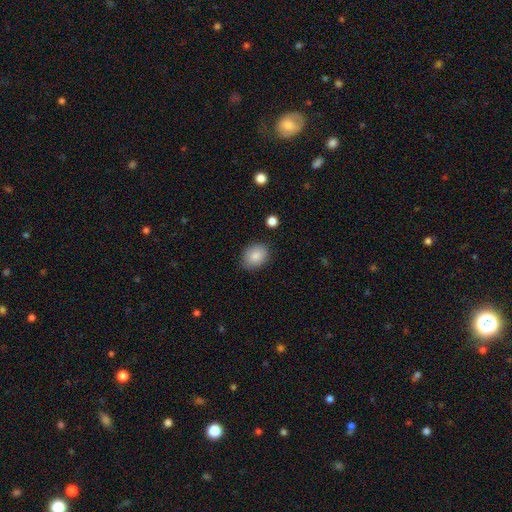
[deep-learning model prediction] A smooth galaxy with no disk features (86%) that is in between round and cigar-shaped (63%).

Vote fractions:
- Smooth or featured? smooth: 86% / star or artifact: 8% / featured or disk: 7%
- How rounded? in between: 63% / round: 36% / cigar-shaped: 1%
- Merging? none: 82% / minor disturbance: 14% / major disturbance: 3% / merger: 2%